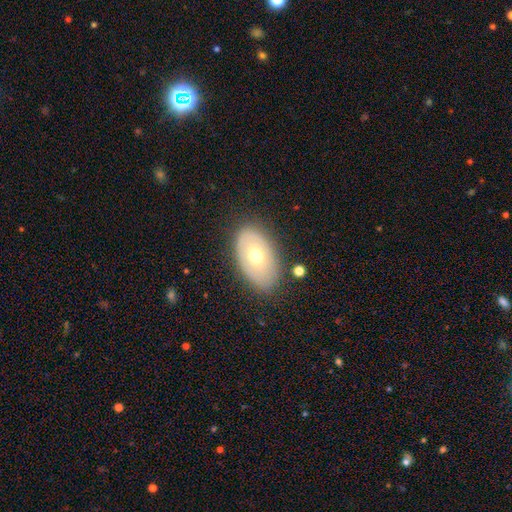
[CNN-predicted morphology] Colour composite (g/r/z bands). It shows a smooth galaxy with no disk features (51%) that is in between round and cigar-shaped (90%). Merging: none (79%).